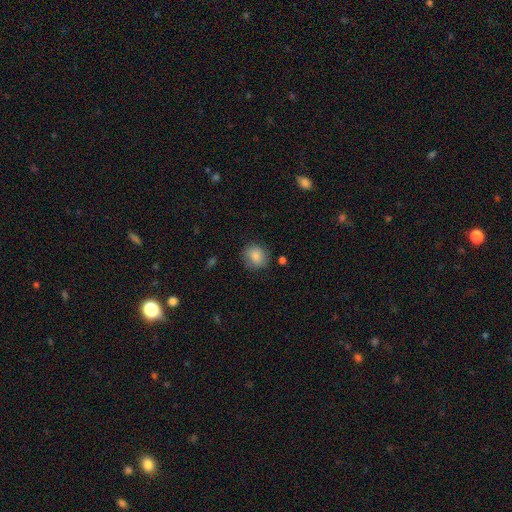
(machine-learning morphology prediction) smooth 86%, star or artifact 8%, featured or disk 6%. Down the decision tree: how rounded — round (77%); merging — none (81%).